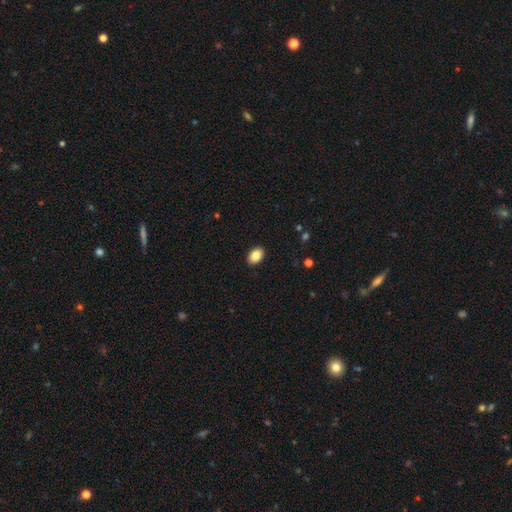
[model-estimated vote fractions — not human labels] Overall: smooth (87%). How rounded: in between (85%). Merging: none (90%).